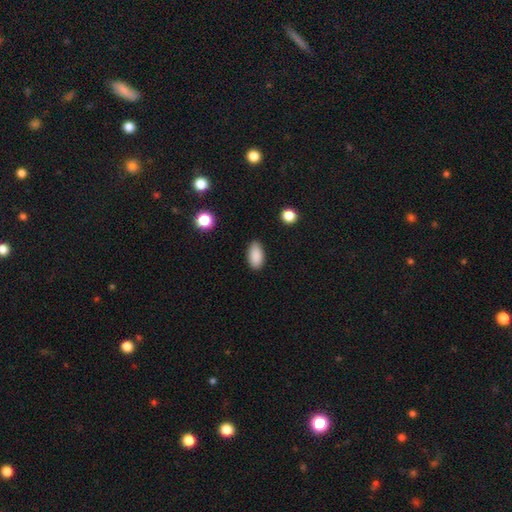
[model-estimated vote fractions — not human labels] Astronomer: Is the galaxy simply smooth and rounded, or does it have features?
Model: smooth — 89%.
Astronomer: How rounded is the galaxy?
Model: in between — 93%.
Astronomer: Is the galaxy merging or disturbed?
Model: none — 86%.